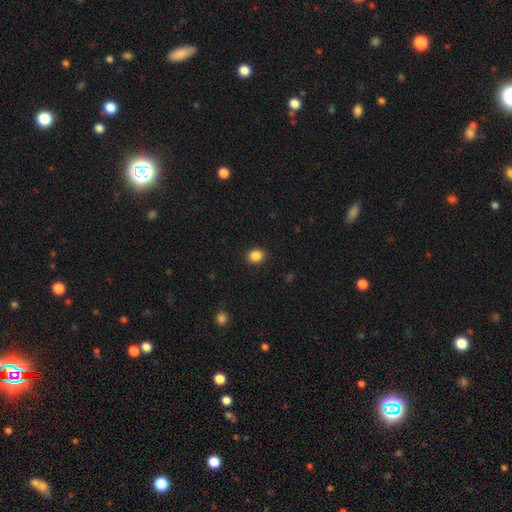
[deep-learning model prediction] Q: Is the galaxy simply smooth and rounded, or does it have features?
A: smooth — 87%.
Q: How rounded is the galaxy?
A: round — 61%.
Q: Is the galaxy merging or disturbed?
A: none — 91%.